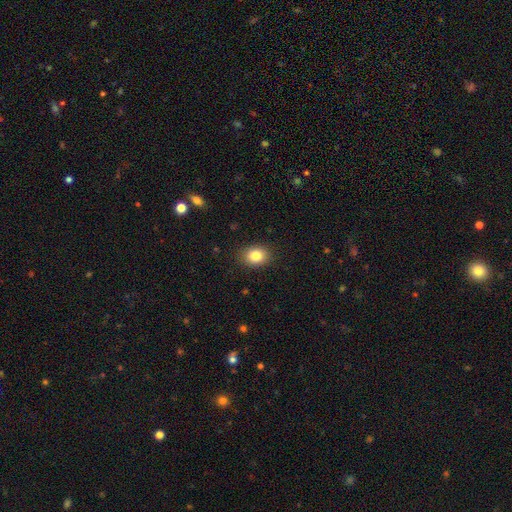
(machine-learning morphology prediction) Q: Smooth or featured?
A: smooth (83%); runner-up: star or artifact (10%)
Q: How rounded?
A: in between (51%); runner-up: round (48%)
Q: Merging?
A: none (88%); runner-up: minor disturbance (8%)